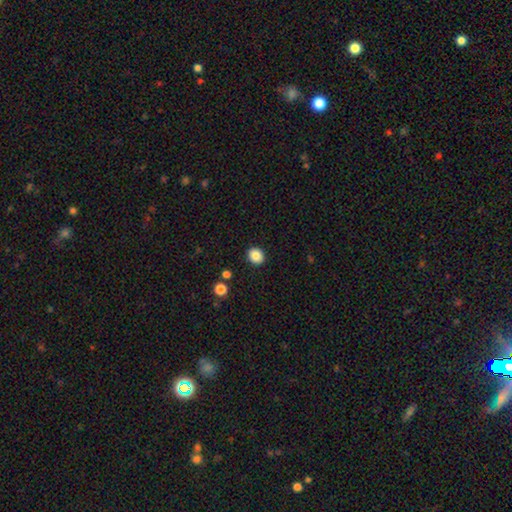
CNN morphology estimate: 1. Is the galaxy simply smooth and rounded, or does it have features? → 86% smooth, 10% star or artifact, 5% featured or disk.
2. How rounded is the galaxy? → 74% round, 25% in between, 1% cigar-shaped.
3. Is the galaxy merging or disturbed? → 91% none, 6% minor disturbance, 2% major disturbance, 1% merger.